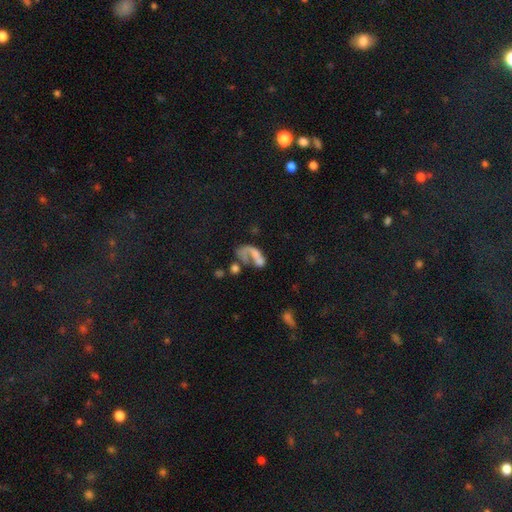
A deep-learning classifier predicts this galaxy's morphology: A featured or disk galaxy (47%). Merging: major disturbance (37%).